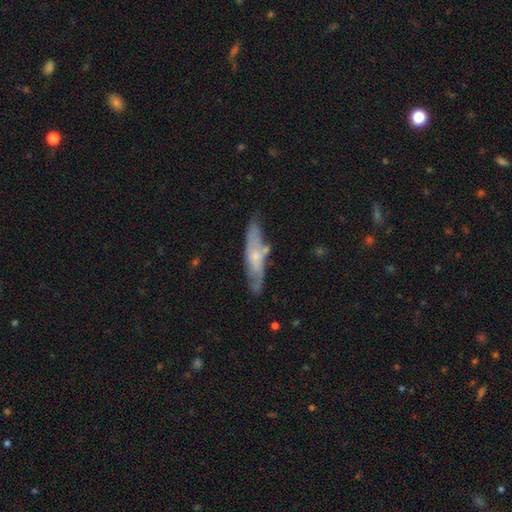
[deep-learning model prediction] Smooth or featured? Predicted: featured or disk (p=0.51). Edge-on disk? Predicted: no (p=0.50, tied with yes). Merging? Predicted: none (p=0.67).